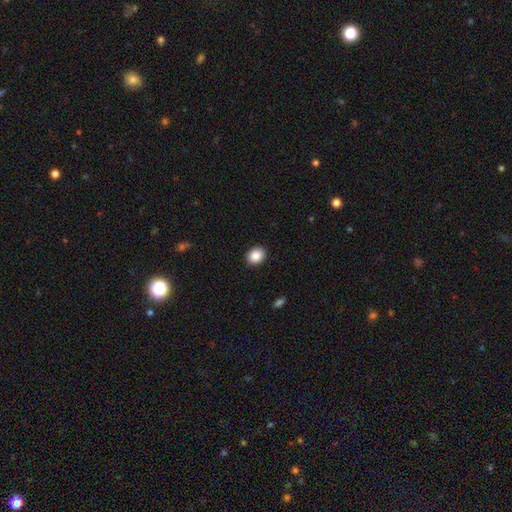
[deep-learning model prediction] Q: Smooth or featured?
A: smooth (88%); runner-up: star or artifact (8%)
Q: How rounded?
A: in between (50%); runner-up: round (49%)
Q: Merging?
A: none (91%); runner-up: minor disturbance (6%)